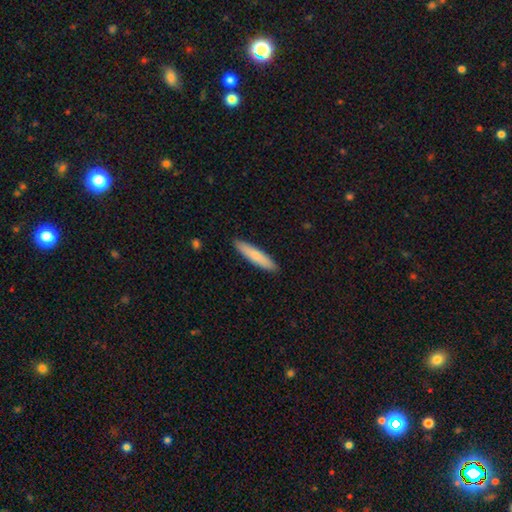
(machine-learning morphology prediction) Q: Smooth or featured?
A: smooth (78%); runner-up: featured or disk (17%)
Q: How rounded?
A: cigar-shaped (87%); runner-up: in between (12%)
Q: Merging?
A: none (91%); runner-up: minor disturbance (7%)